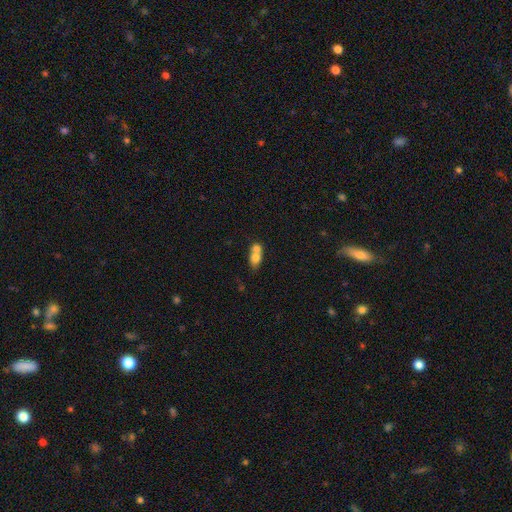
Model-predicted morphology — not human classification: Q: Smooth or featured?
A: smooth (71%); runner-up: featured or disk (20%)
Q: How rounded?
A: in between (63%); runner-up: round (33%)
Q: Merging?
A: merger (68%); runner-up: none (21%)